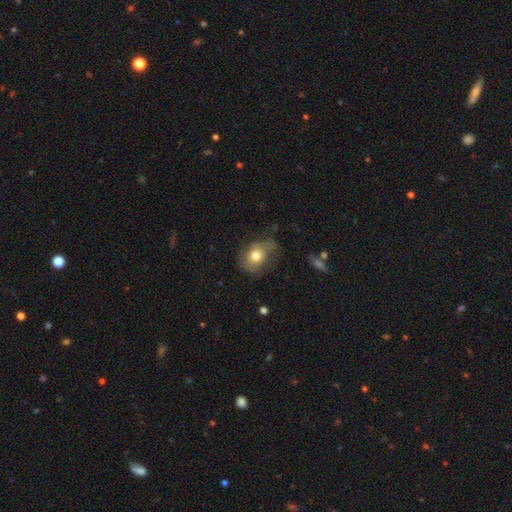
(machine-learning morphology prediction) smooth-or-featured: smooth: 68% | featured or disk: 23% | star or artifact: 9%
  how-rounded: round: 51% | in between: 48% | cigar-shaped: 1%
  merging: none: 45% | minor disturbance: 32% | major disturbance: 20% | merger: 2%